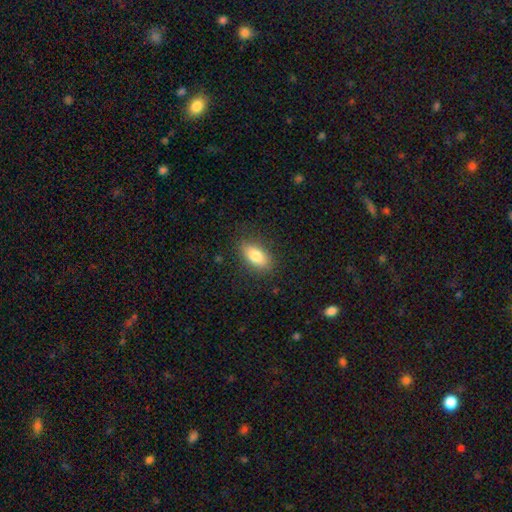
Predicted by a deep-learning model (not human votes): Morphology: type=smooth (81%); roundness=in between (87%); merging=none (85%).